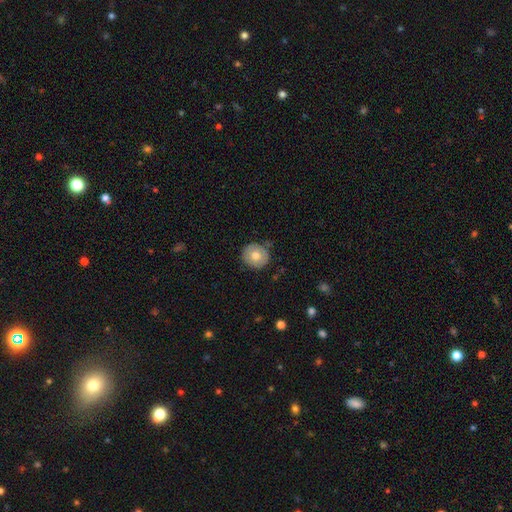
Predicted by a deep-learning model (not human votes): Smooth or featured? smooth (69%)
How rounded? round (90%)
Merging? none (84%)